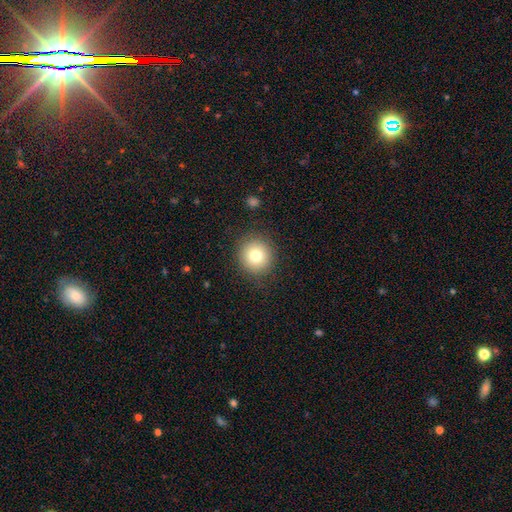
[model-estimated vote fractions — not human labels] smooth 77%, star or artifact 12%, featured or disk 11%. Down the decision tree: how rounded — round (94%); merging — none (88%).